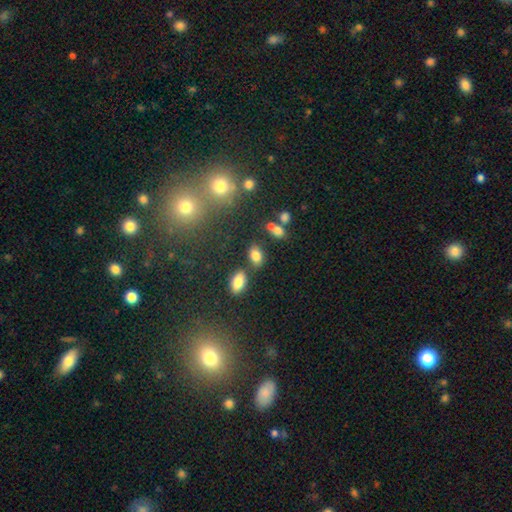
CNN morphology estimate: type=smooth (80%); roundness=in between (83%); merging=none (66%).